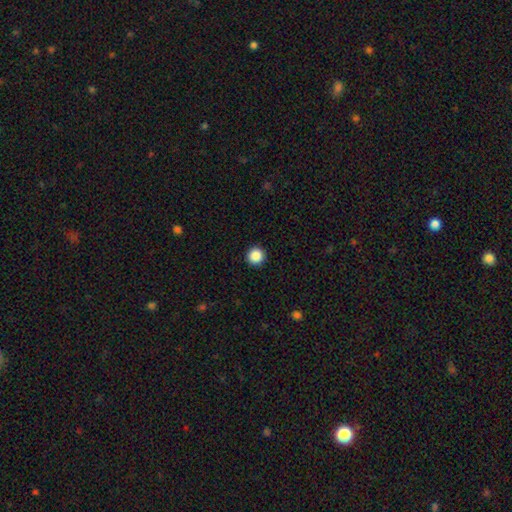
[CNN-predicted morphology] A smooth galaxy with no disk features (88%) that is round (96%).

Vote fractions:
- Smooth or featured? smooth: 88% / star or artifact: 10% / featured or disk: 3%
- How rounded? round: 96% / in between: 3% / cigar-shaped: 1%
- Merging? none: 93% / minor disturbance: 4% / major disturbance: 1% / merger: 1%